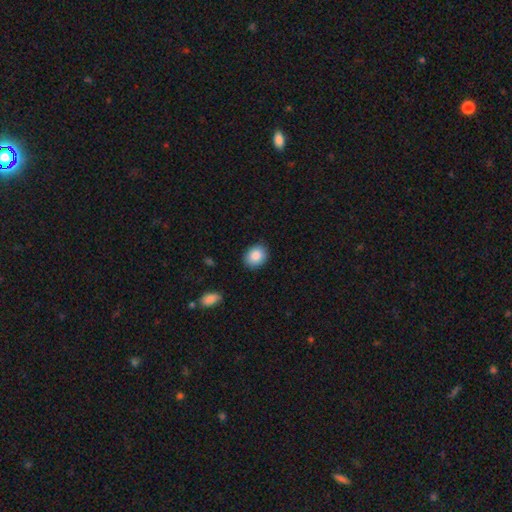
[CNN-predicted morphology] Smooth or featured: smooth — 88% (star or artifact — 8%)
How rounded: round — 53% (in between — 46%)
Merging: none — 87% (minor disturbance — 9%)